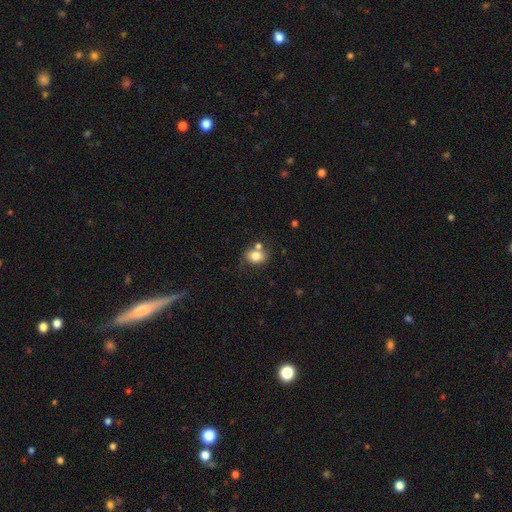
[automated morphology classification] Q: Smooth or featured?
A: smooth (77%); runner-up: featured or disk (13%)
Q: How rounded?
A: in between (53%); runner-up: round (46%)
Q: Merging?
A: none (52%); runner-up: merger (25%)